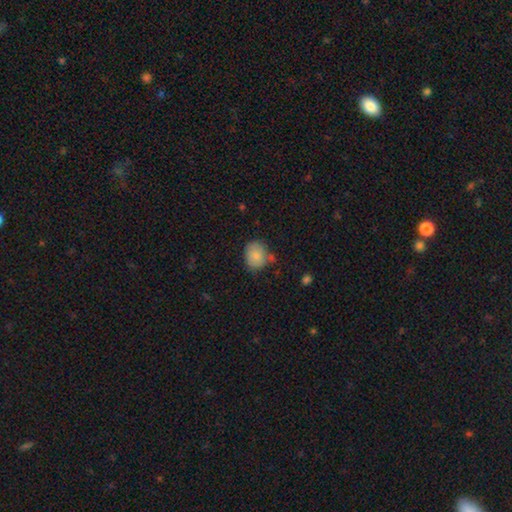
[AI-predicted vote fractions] A smooth galaxy with no disk features (82%) that is round (60%).

Vote fractions:
- Smooth or featured? smooth: 82% / featured or disk: 9% / star or artifact: 8%
- How rounded? round: 60% / in between: 39% / cigar-shaped: 1%
- Merging? none: 61% / minor disturbance: 24% / merger: 9% / major disturbance: 6%